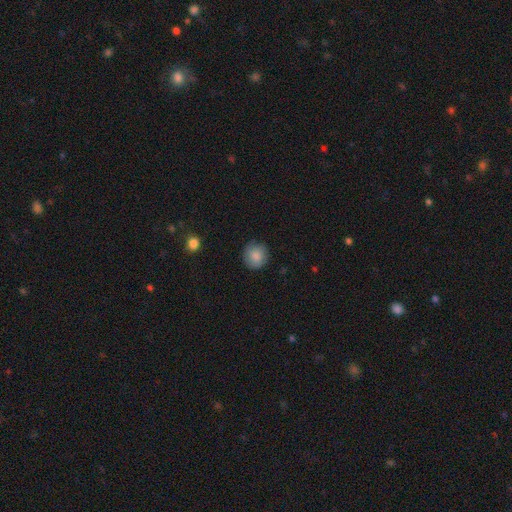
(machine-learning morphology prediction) Smooth or featured: smooth — 85% (star or artifact — 7%)
How rounded: round — 91% (in between — 8%)
Merging: none — 85% (minor disturbance — 11%)